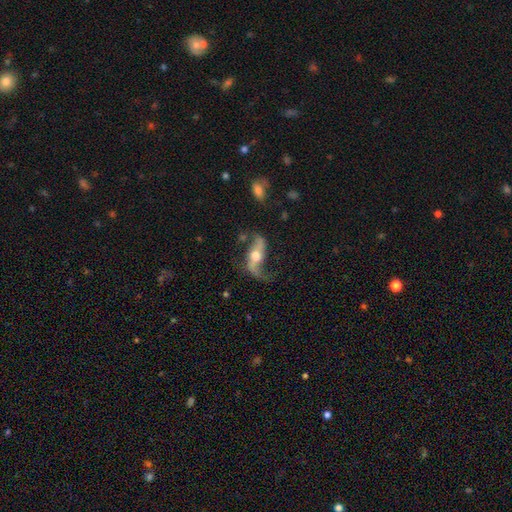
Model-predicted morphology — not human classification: The model was most divided on "bar": no: 40%, weak: 30%, strong: 30%. More confident: spiral arms — yes (91%); spiral arm count — 2 (88%); edge-on disk — no (86%); spiral winding — loose (84%); smooth or featured — featured or disk (81%); bulge size — moderate (66%); merging — none (58%).